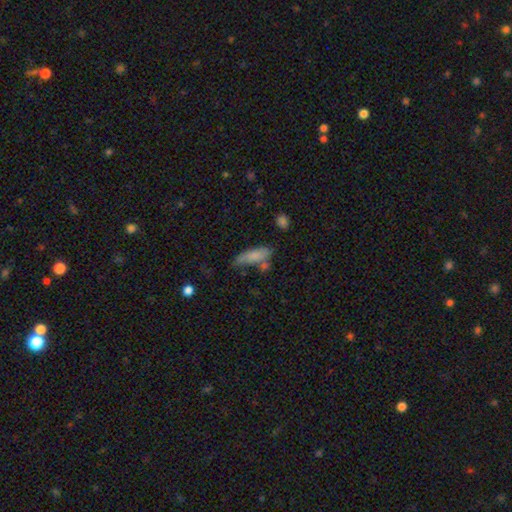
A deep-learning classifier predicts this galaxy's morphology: Smooth or featured: smooth — 78% (featured or disk — 14%)
How rounded: in between — 53% (cigar-shaped — 44%)
Merging: none — 47% (minor disturbance — 26%)